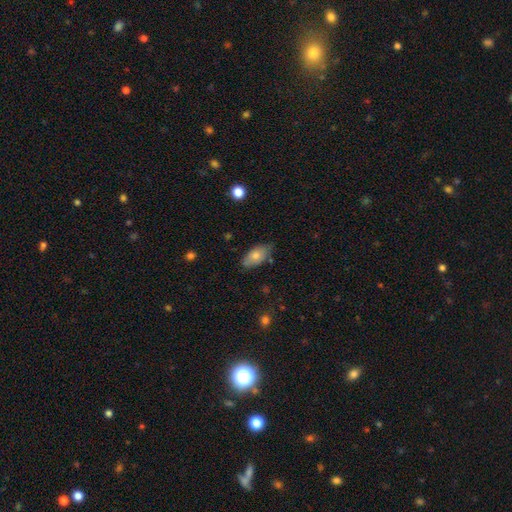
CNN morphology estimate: Smooth or featured?
  - smooth: 74% *
  - featured or disk: 19%
  - star or artifact: 7%
How rounded?
  - in between: 91% *
  - cigar-shaped: 5%
  - round: 4%
Merging?
  - none: 76% *
  - minor disturbance: 19%
  - major disturbance: 3%
  - merger: 2%